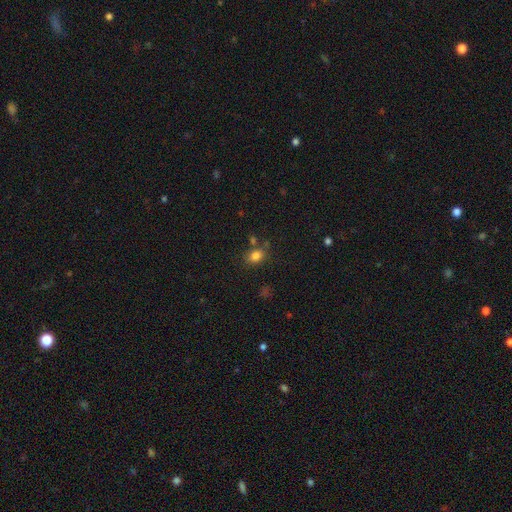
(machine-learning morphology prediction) The model was most divided on "how rounded": in between: 64%, round: 35%, cigar-shaped: 1%. More confident: smooth or featured — smooth (82%); merging — none (71%).